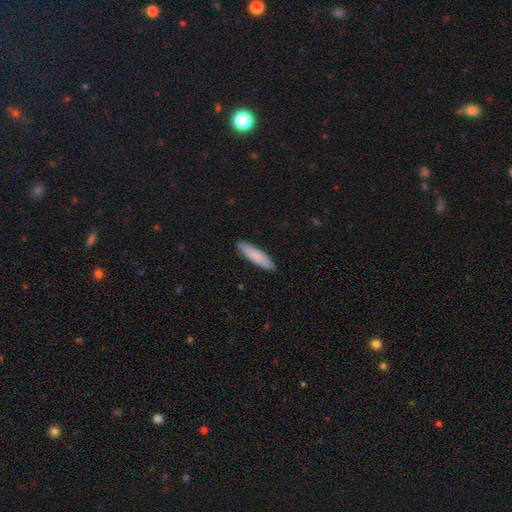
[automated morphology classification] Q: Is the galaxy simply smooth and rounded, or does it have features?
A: smooth — 83%.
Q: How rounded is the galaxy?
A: cigar-shaped — 80%.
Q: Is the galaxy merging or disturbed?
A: none — 91%.